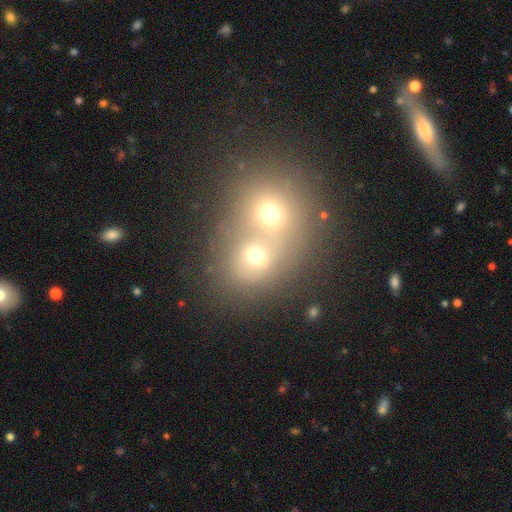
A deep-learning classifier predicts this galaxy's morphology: Q: Smooth or featured?
A: smooth (65%); runner-up: featured or disk (20%)
Q: How rounded?
A: round (69%); runner-up: in between (30%)
Q: Merging?
A: merger (72%); runner-up: none (20%)